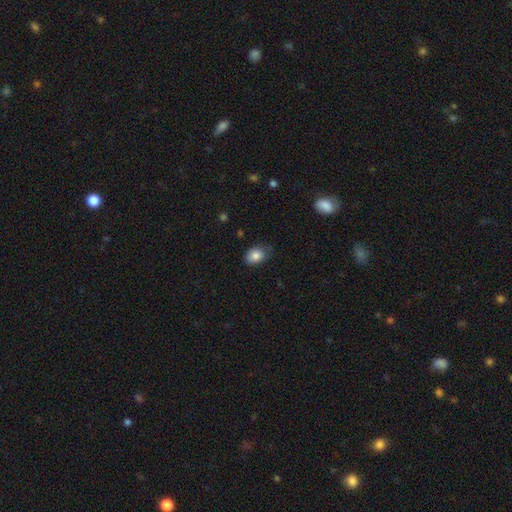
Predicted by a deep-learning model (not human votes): Smooth or featured? Predicted: smooth (p=0.83). How rounded? Predicted: in between (p=0.73). Merging? Predicted: none (p=0.70).